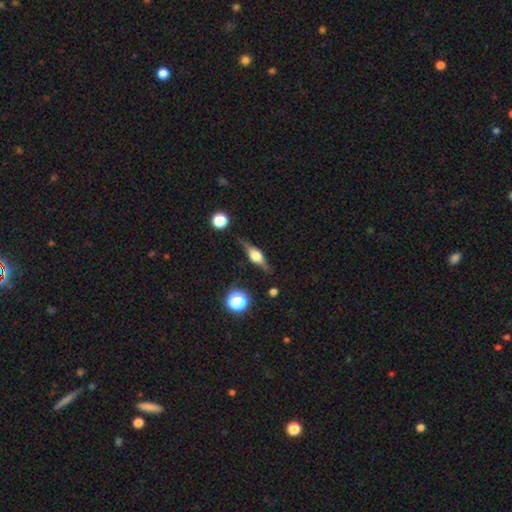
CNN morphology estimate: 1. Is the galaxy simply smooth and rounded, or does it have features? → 67% featured or disk, 25% smooth, 8% star or artifact.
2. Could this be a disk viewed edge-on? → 95% yes, 5% no.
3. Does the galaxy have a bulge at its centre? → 88% rounded, 10% boxy, 2% none.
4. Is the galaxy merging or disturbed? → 81% none, 14% minor disturbance, 4% major disturbance, 2% merger.